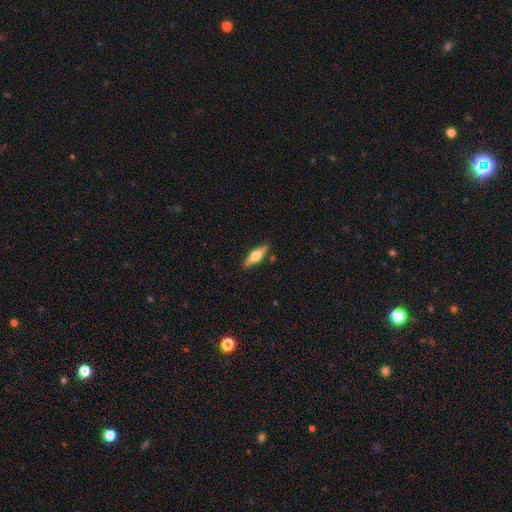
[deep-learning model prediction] Morphology: type=featured or disk (53%); edge-on=yes (93%); merging=none (87%).